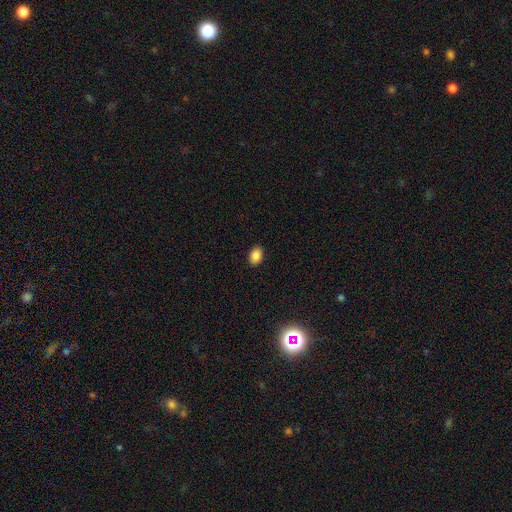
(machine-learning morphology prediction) Q: Smooth or featured?
A: smooth (87%); runner-up: star or artifact (9%)
Q: How rounded?
A: in between (83%); runner-up: round (16%)
Q: Merging?
A: none (90%); runner-up: minor disturbance (7%)